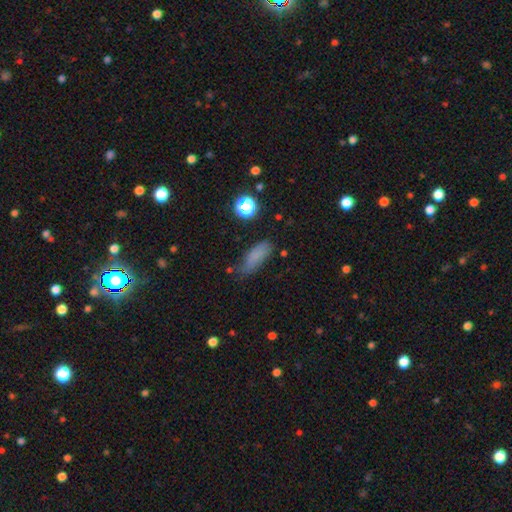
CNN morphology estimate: Smooth or featured? Predicted: smooth (p=0.77). How rounded? Predicted: in between (p=0.62). Merging? Predicted: none (p=0.64).